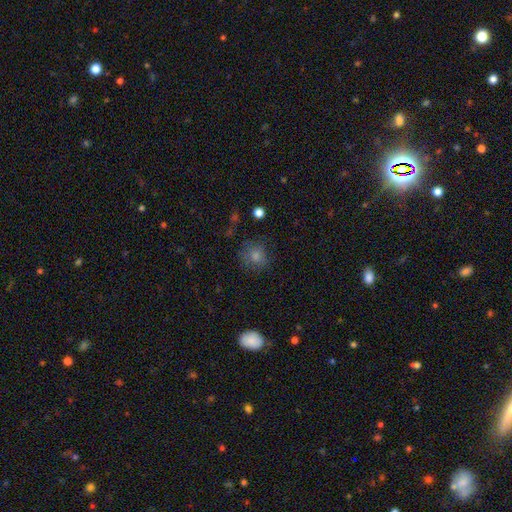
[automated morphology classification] Smooth or featured?
  - smooth: 67% *
  - star or artifact: 18%
  - featured or disk: 14%
How rounded?
  - round: 85% *
  - in between: 14%
  - cigar-shaped: 1%
Merging?
  - none: 76% *
  - minor disturbance: 16%
  - major disturbance: 6%
  - merger: 2%